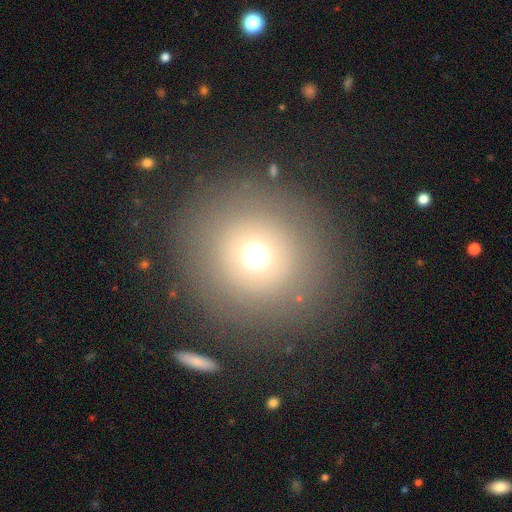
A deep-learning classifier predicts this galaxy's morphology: Smooth or featured? Predicted: smooth (p=0.66). How rounded? Predicted: round (p=0.93). Merging? Predicted: none (p=0.83).